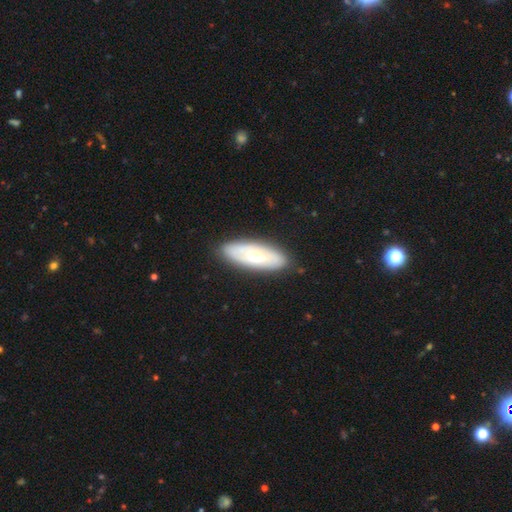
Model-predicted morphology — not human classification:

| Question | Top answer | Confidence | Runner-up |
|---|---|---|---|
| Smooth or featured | featured or disk | 53% | smooth (42%) |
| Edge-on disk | no | 74% | yes (26%) |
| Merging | none | 86% | minor disturbance (10%) |